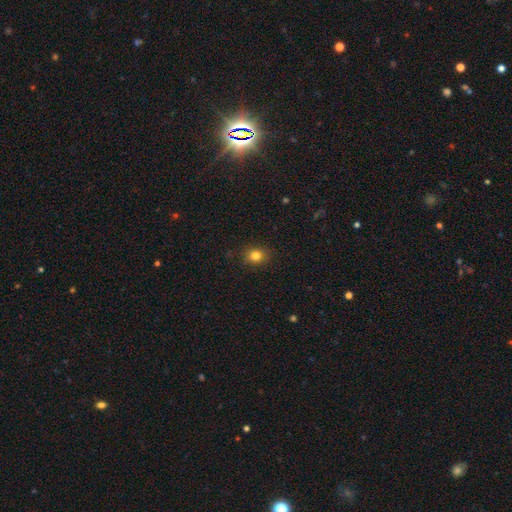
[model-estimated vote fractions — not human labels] Overall: smooth (82%). How rounded: round (68%; in between 31%). Merging: none (88%).